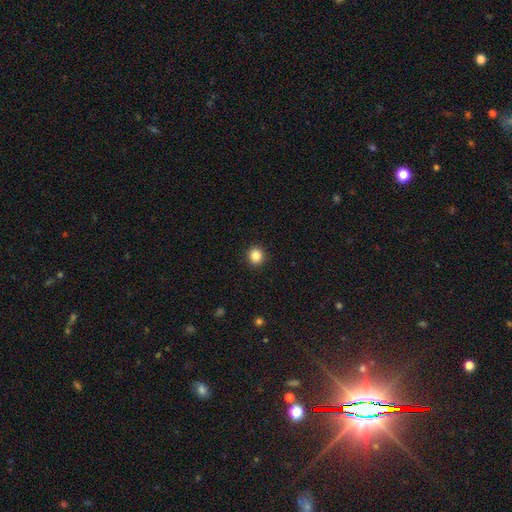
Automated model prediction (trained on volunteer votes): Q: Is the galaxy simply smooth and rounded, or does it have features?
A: smooth — 85%.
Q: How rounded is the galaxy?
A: round — 90%.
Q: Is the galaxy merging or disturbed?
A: none — 93%.